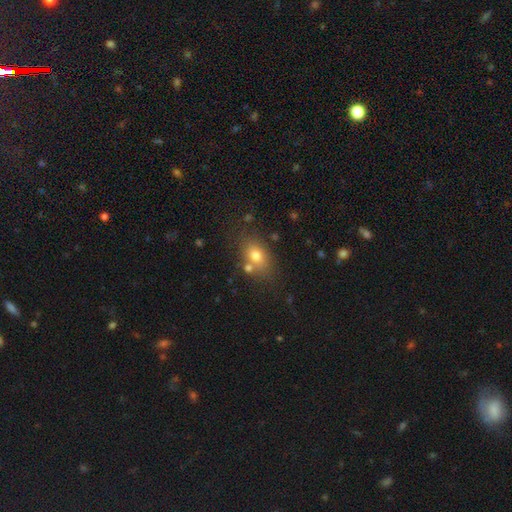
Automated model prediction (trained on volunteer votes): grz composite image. It shows a smooth galaxy with no disk features (73%) that is in between round and cigar-shaped (73%). Merging: none (70%).